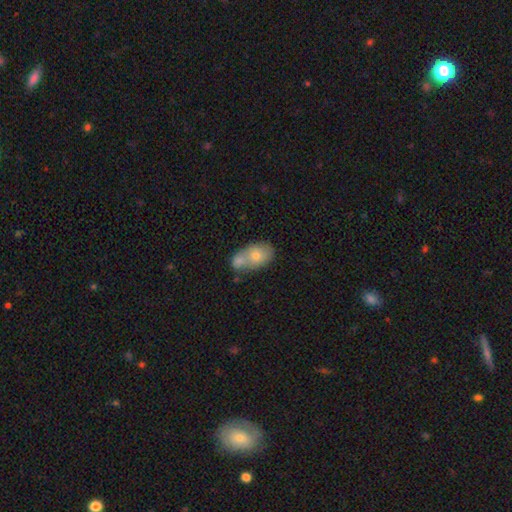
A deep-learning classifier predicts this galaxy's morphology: Smooth or featured? smooth (68%)
How rounded? in between (78%)
Merging? merger (55%)